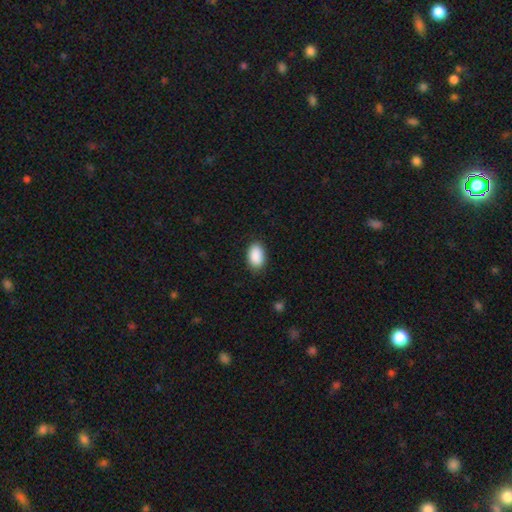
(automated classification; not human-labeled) Q: Smooth or featured?
A: smooth (90%); runner-up: star or artifact (7%)
Q: How rounded?
A: in between (92%); runner-up: round (6%)
Q: Merging?
A: none (86%); runner-up: minor disturbance (11%)